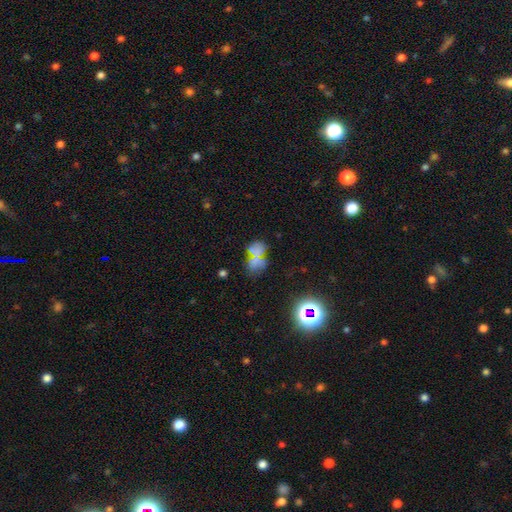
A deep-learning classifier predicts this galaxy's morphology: type=smooth (55%); roundness=in between (69%); merging=none (55%).